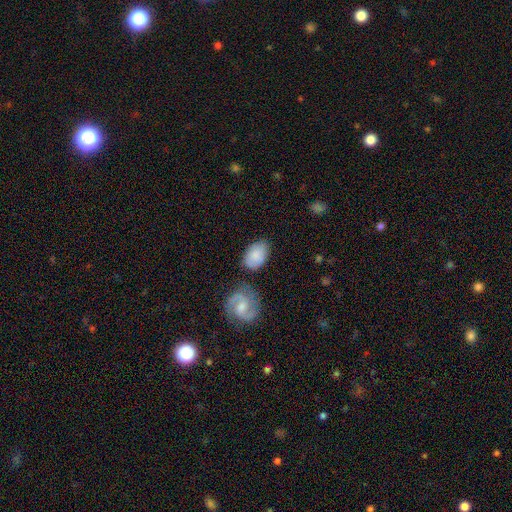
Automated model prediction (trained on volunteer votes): smooth_or_featured: smooth (p=0.75) [alt: featured or disk p=0.19]
how_rounded: in between (p=0.85) [alt: round p=0.13]
merging: none (p=0.66) [alt: minor disturbance p=0.19]